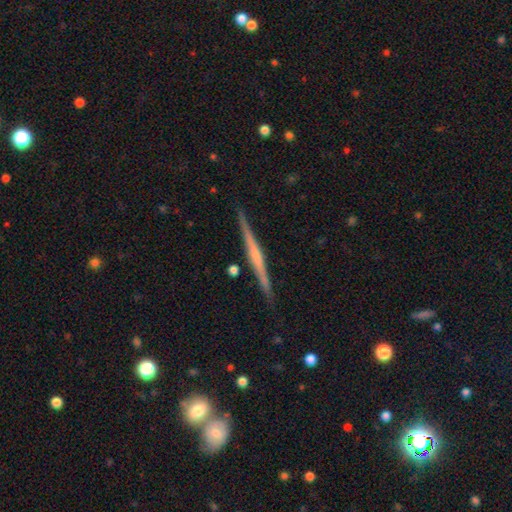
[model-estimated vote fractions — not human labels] Q: Smooth or featured?
A: featured or disk (72%); runner-up: smooth (23%)
Q: Edge-on disk?
A: yes (98%); runner-up: no (2%)
Q: Edge-on bulge?
A: none (51%); runner-up: rounded (33%)
Q: Merging?
A: none (90%); runner-up: minor disturbance (7%)